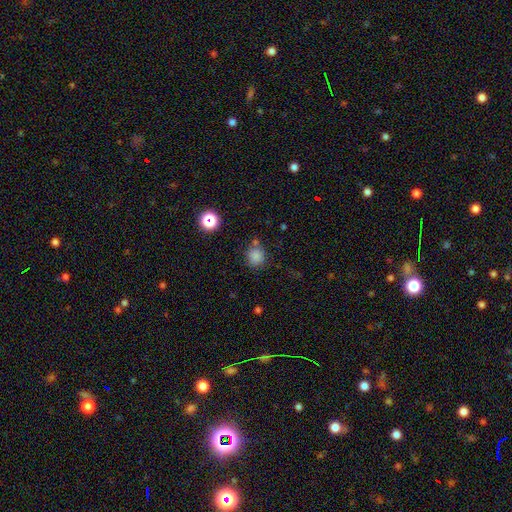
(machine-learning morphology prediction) This is clearly a smooth galaxy (81%). How rounded: clearly round (82%). Merging: likely none (71%).